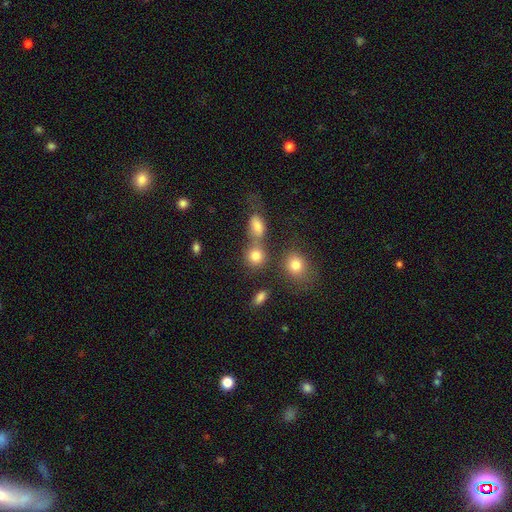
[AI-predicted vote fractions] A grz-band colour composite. It shows a smooth galaxy with no disk features (80%) that is round (78%). Merging: none (51%).